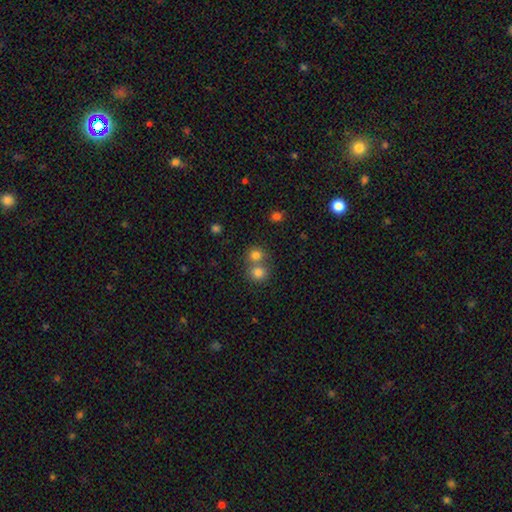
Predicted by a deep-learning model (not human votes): A smooth galaxy with no disk features (78%) that is round (82%). Merging: merger (46%).